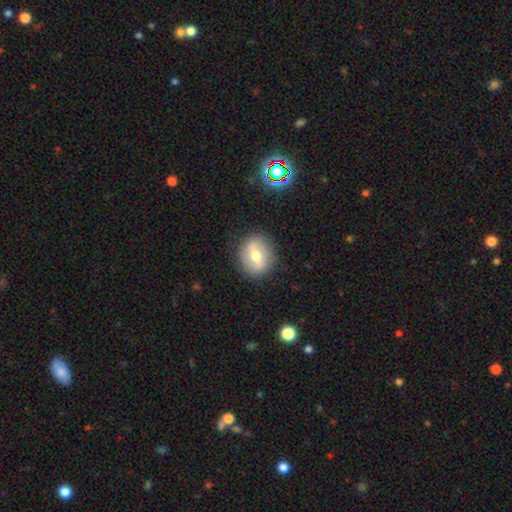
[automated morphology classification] type=featured or disk (49%); merging=none (86%).